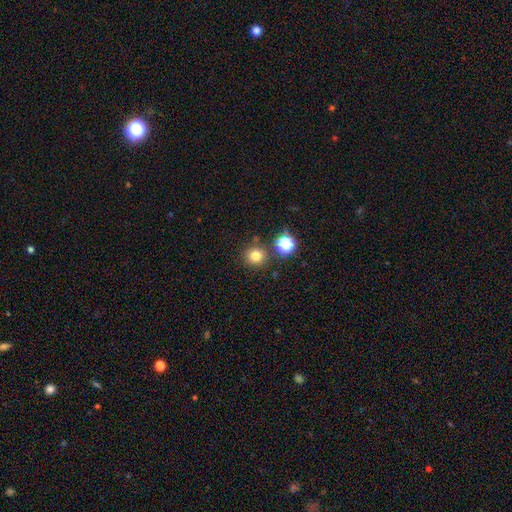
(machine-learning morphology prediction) A smooth galaxy with no disk features (78%) that is round (91%).

Vote fractions:
- Smooth or featured? smooth: 78% / star or artifact: 16% / featured or disk: 6%
- How rounded? round: 91% / in between: 8% / cigar-shaped: 1%
- Merging? none: 83% / minor disturbance: 7% / merger: 7% / major disturbance: 3%